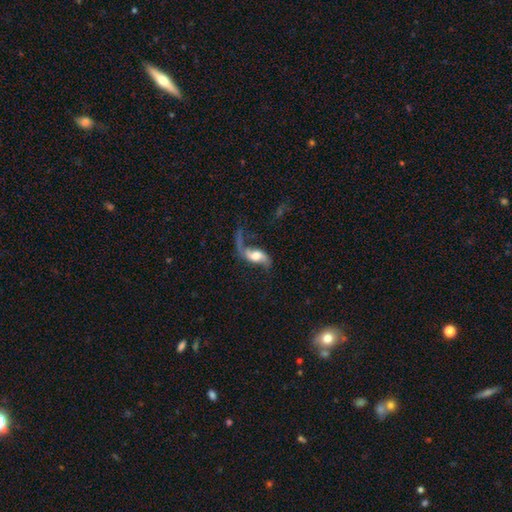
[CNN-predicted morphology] featured or disk 78%, smooth 16%, star or artifact 7%. Down the decision tree: edge-on disk — no (92%); bar — no (51%); spiral arms — yes (91%); spiral arm count — 2 (80%); spiral winding — loose (87%); bulge size — moderate (50%); merging — none (46%).